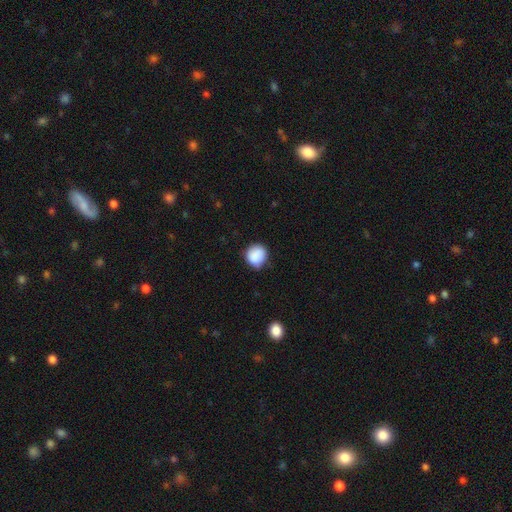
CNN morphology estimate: Q: Smooth or featured?
A: smooth (88%); runner-up: star or artifact (8%)
Q: How rounded?
A: round (85%); runner-up: in between (14%)
Q: Merging?
A: none (73%); runner-up: minor disturbance (22%)